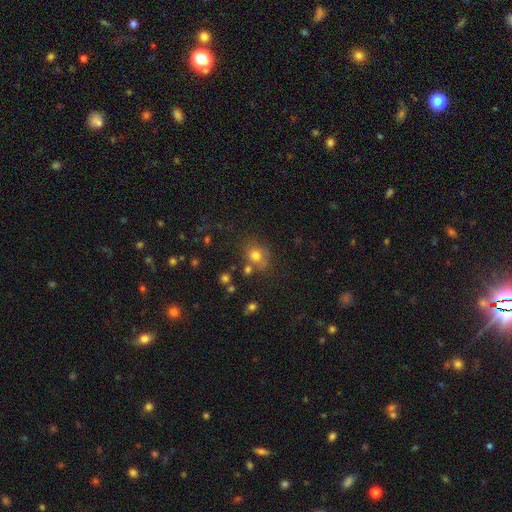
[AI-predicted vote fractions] Smooth or featured: smooth — 73% (star or artifact — 15%)
How rounded: round — 70% (in between — 29%)
Merging: none — 55% (minor disturbance — 20%)